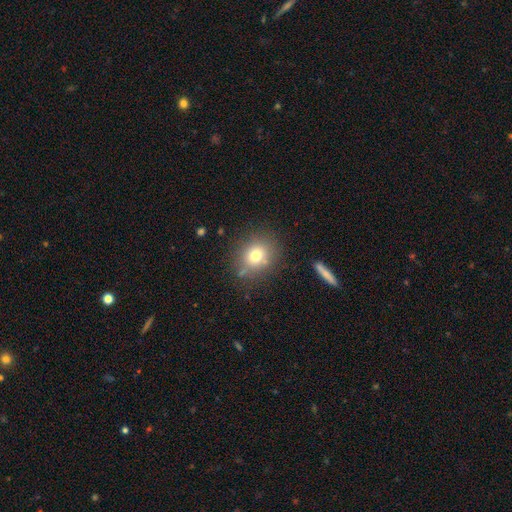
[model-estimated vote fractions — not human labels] Q: Smooth or featured?
A: smooth (75%); runner-up: star or artifact (13%)
Q: How rounded?
A: round (74%); runner-up: in between (25%)
Q: Merging?
A: none (79%); runner-up: minor disturbance (13%)